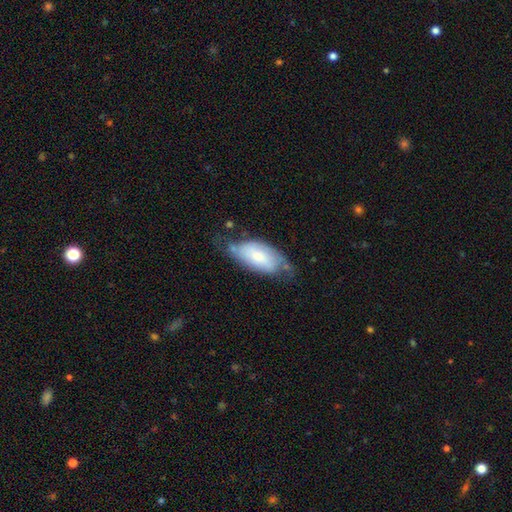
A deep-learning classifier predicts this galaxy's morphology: The model was most divided on "smooth or featured": smooth: 52%, featured or disk: 41%, star or artifact: 7%. Remaining: how rounded — in between (91%); merging — none (45%).